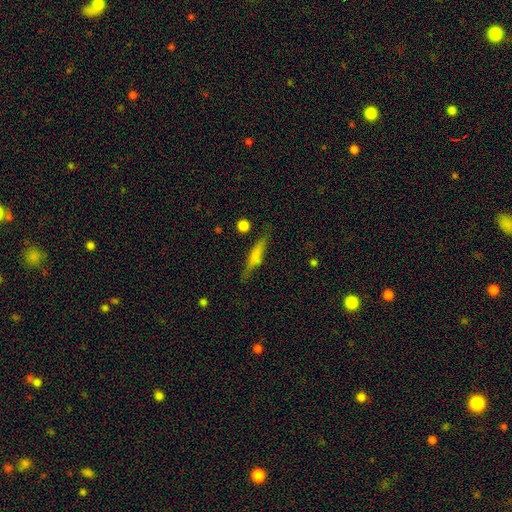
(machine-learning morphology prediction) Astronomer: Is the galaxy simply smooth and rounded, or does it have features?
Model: smooth — 53% (runner-up: featured or disk, 38%).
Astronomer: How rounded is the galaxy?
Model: cigar-shaped — 80%.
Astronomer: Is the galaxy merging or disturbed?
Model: none — 74%.